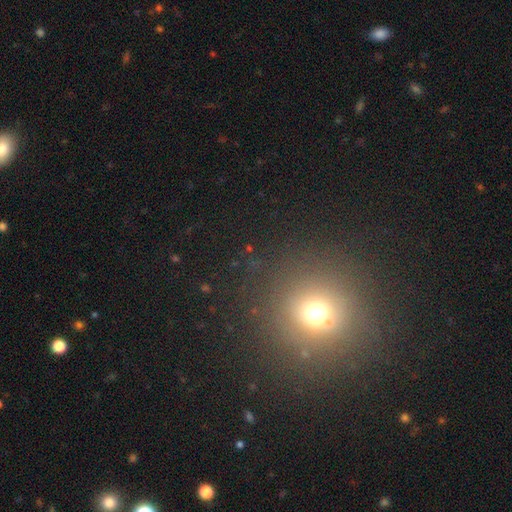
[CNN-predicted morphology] smooth 57%, star or artifact 33%, featured or disk 10%. Down the decision tree: how rounded — round (88%); merging — none (91%).